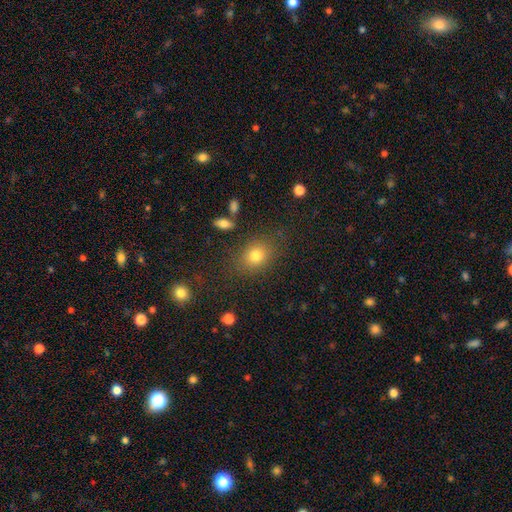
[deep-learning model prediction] Smooth or featured? smooth (78%)
How rounded? in between (50%)
Merging? none (80%)